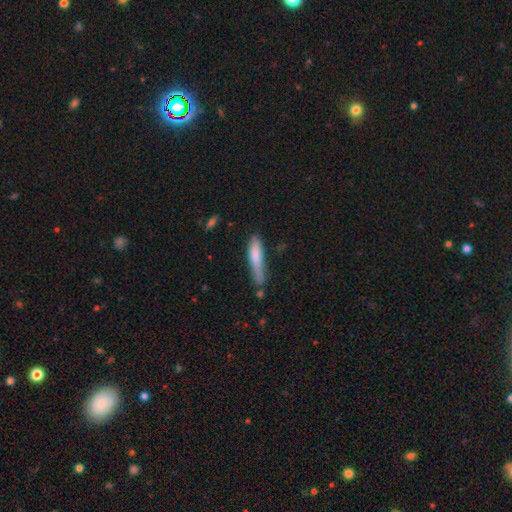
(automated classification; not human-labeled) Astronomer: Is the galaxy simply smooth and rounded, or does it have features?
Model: smooth — 75%.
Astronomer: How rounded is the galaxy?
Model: cigar-shaped — 85%.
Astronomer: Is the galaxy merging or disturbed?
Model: none — 52% (runner-up: minor disturbance, 31%).